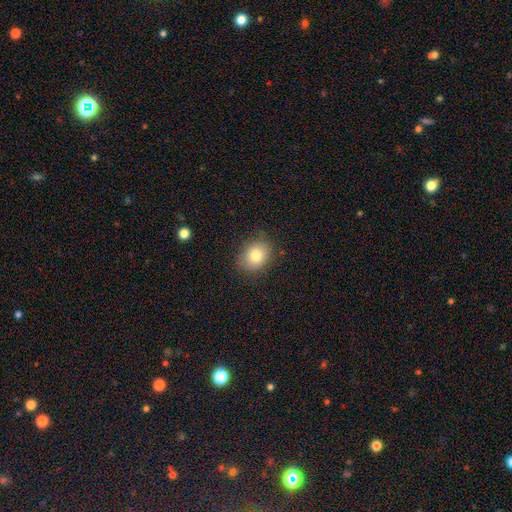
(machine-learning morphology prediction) Smooth or featured?
  - smooth: 79% *
  - star or artifact: 10%
  - featured or disk: 10%
How rounded?
  - round: 52% *
  - in between: 47%
  - cigar-shaped: 1%
Merging?
  - none: 82% *
  - minor disturbance: 13%
  - major disturbance: 3%
  - merger: 1%